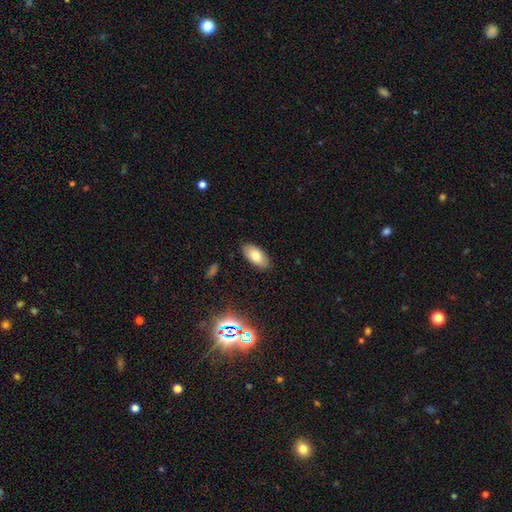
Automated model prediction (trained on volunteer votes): smooth 75%, featured or disk 15%, star or artifact 9%. Down the decision tree: how rounded — in between (91%); merging — none (87%).